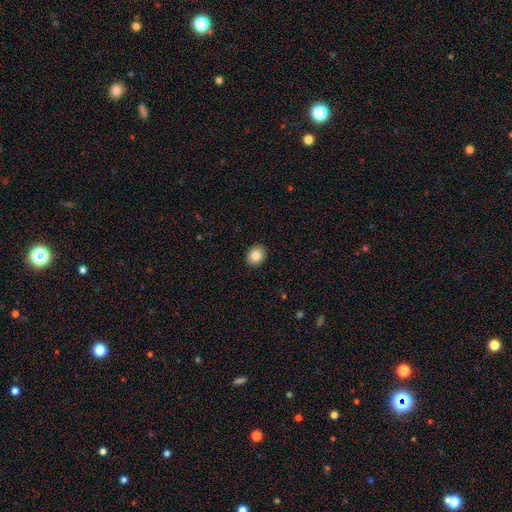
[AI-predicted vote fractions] Smooth or featured: smooth — 84% (star or artifact — 9%)
How rounded: round — 53% (in between — 46%)
Merging: none — 91% (minor disturbance — 7%)